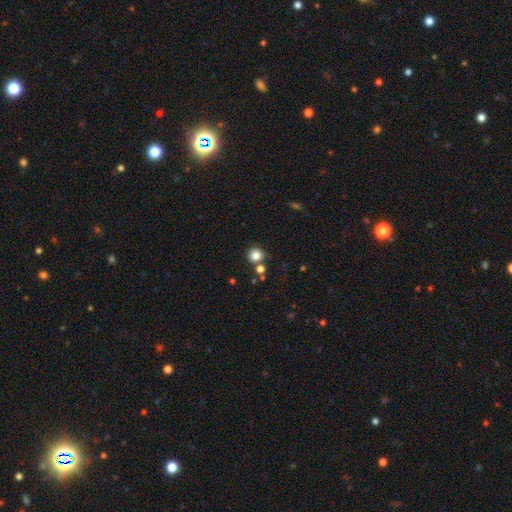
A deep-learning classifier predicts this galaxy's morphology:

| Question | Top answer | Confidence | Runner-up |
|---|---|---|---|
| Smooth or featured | smooth | 83% | star or artifact (12%) |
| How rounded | round | 88% | in between (11%) |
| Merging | none | 70% | merger (14%) |